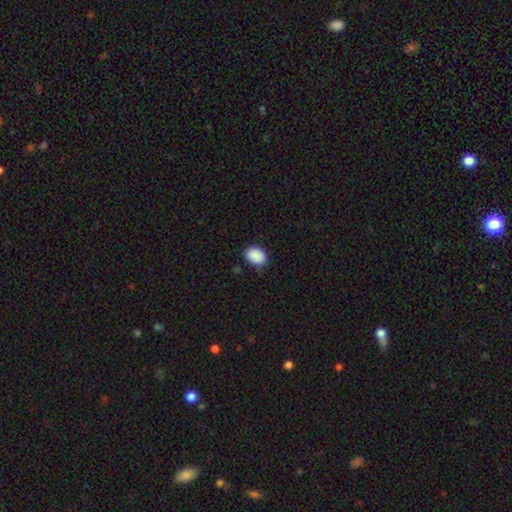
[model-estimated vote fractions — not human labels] Smooth or featured? Predicted: smooth (p=0.90). How rounded? Predicted: in between (p=0.76). Merging? Predicted: none (p=0.81).